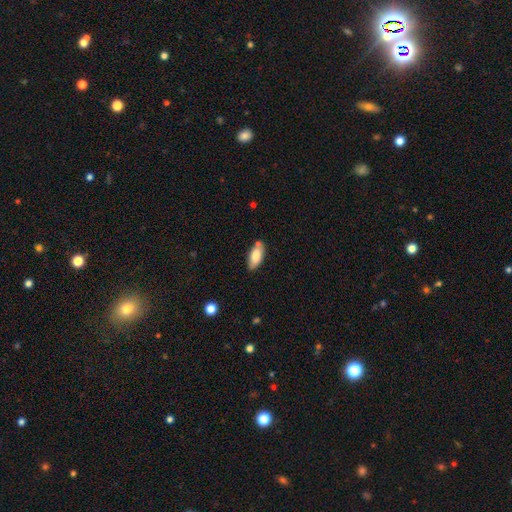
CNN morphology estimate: smooth 77%, featured or disk 16%, star or artifact 6%. Down the decision tree: how rounded — in between (85%); merging — none (74%).